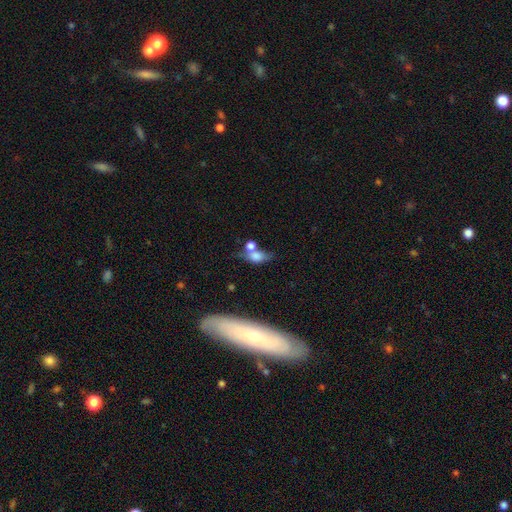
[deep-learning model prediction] Smooth or featured? Predicted: smooth (p=0.68). How rounded? Predicted: in between (p=0.65). Merging? Predicted: merger (p=0.40).